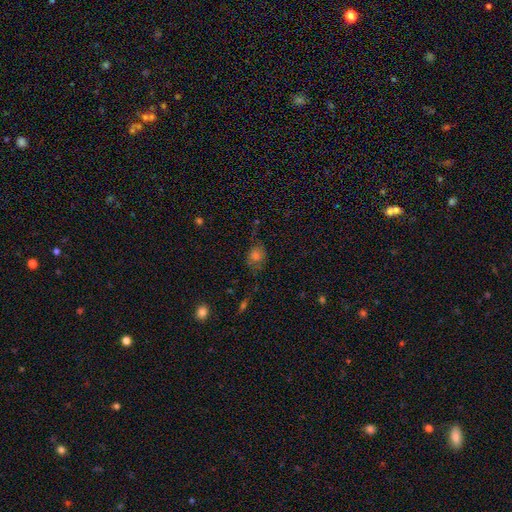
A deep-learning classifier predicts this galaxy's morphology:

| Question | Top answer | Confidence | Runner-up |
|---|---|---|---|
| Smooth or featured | smooth | 68% | star or artifact (19%) |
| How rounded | round | 53% | in between (45%) |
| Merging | none | 62% | minor disturbance (25%) |